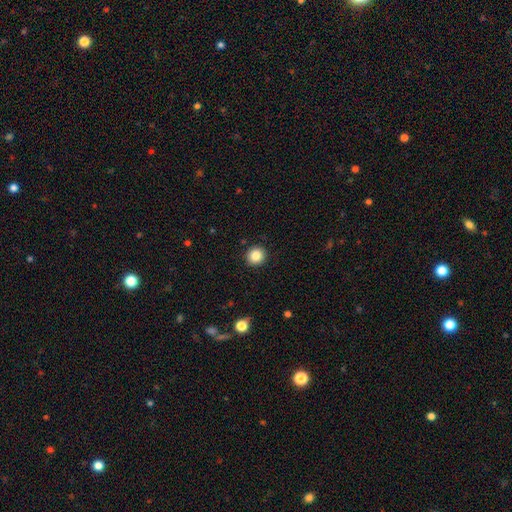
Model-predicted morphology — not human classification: Smooth or featured? Predicted: smooth (p=0.84). How rounded? Predicted: round (p=0.93). Merging? Predicted: none (p=0.92).